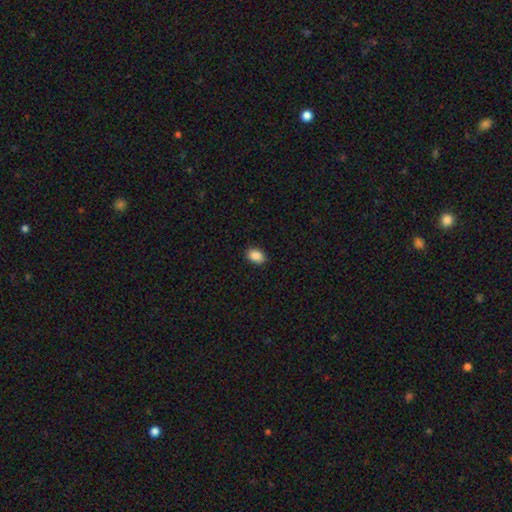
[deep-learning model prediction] Smooth or featured?
  - smooth: 88% *
  - star or artifact: 8%
  - featured or disk: 3%
How rounded?
  - in between: 77% *
  - round: 22%
  - cigar-shaped: 1%
Merging?
  - none: 88% *
  - minor disturbance: 9%
  - major disturbance: 2%
  - merger: 1%